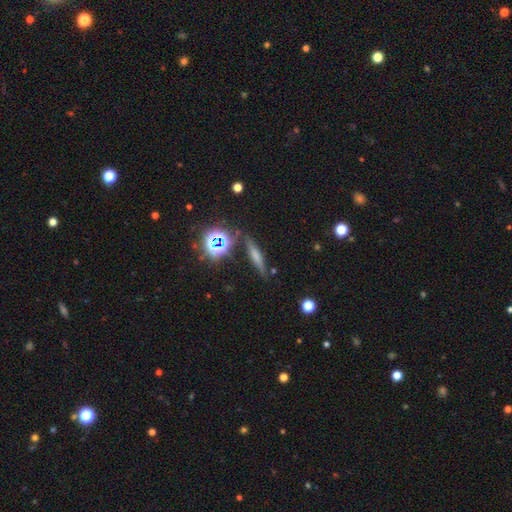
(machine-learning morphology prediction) Smooth or featured? smooth (52%)
How rounded? cigar-shaped (82%)
Merging? none (79%)